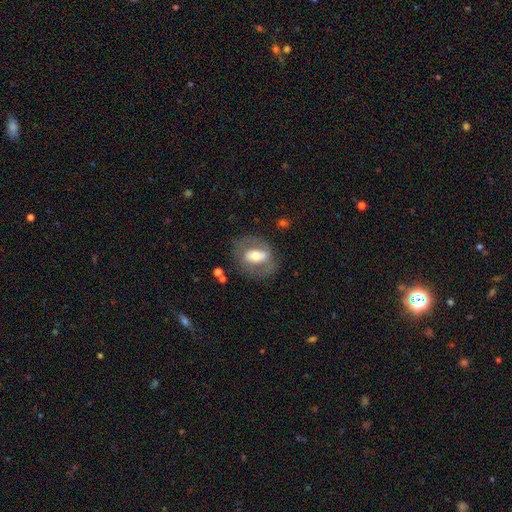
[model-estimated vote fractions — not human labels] Q: Smooth or featured?
A: featured or disk (56%); runner-up: smooth (36%)
Q: Edge-on disk?
A: no (93%); runner-up: yes (7%)
Q: Bar?
A: no (35%); runner-up: weak (33%)
Q: Spiral arms?
A: no (53%); runner-up: yes (47%)
Q: Bulge size?
A: moderate (63%); runner-up: large (18%)
Q: Merging?
A: none (68%); runner-up: minor disturbance (17%)